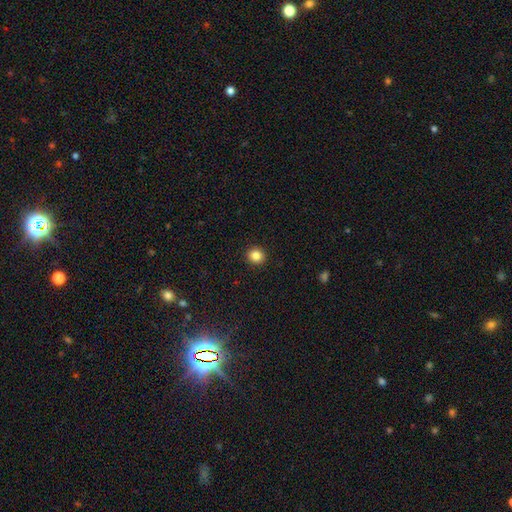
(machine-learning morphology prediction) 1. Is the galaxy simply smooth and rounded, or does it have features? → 85% smooth, 11% star or artifact, 5% featured or disk.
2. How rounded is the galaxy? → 90% round, 10% in between, 1% cigar-shaped.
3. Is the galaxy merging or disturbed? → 93% none, 5% minor disturbance, 2% major disturbance, 1% merger.